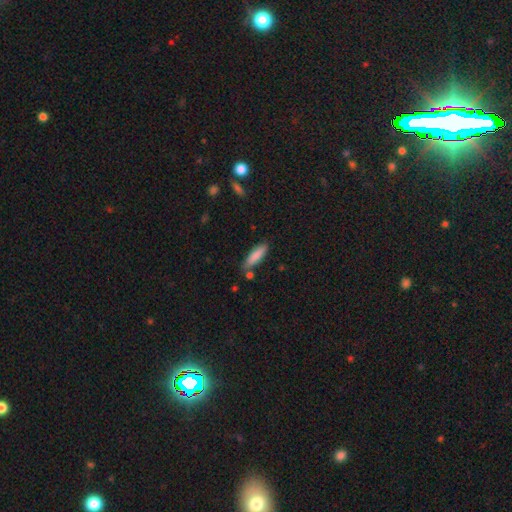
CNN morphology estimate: A smooth galaxy with no disk features (84%) that is cigar-shaped (64%). Merging: none (77%).